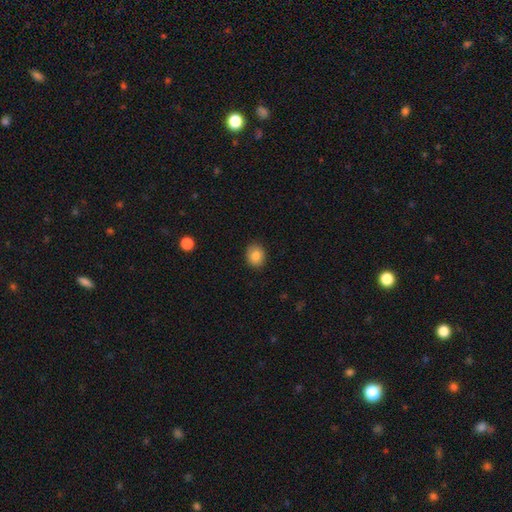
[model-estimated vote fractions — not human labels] smooth-or-featured: smooth: 86% | star or artifact: 9% | featured or disk: 5%
  how-rounded: round: 57% | in between: 42% | cigar-shaped: 1%
  merging: none: 87% | minor disturbance: 10% | major disturbance: 2% | merger: 1%